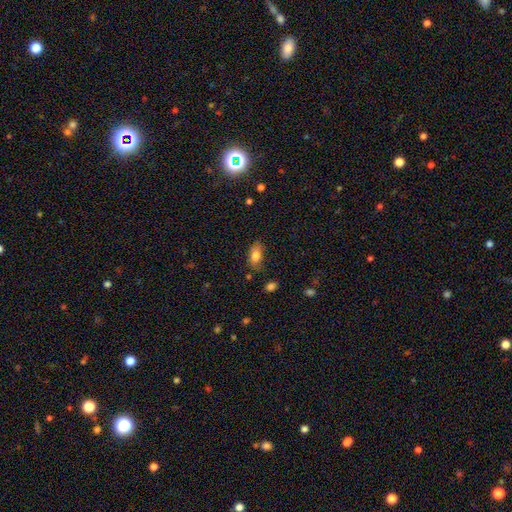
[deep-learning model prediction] Q: Smooth or featured?
A: smooth (78%); runner-up: featured or disk (13%)
Q: How rounded?
A: in between (87%); runner-up: cigar-shaped (7%)
Q: Merging?
A: none (72%); runner-up: minor disturbance (21%)